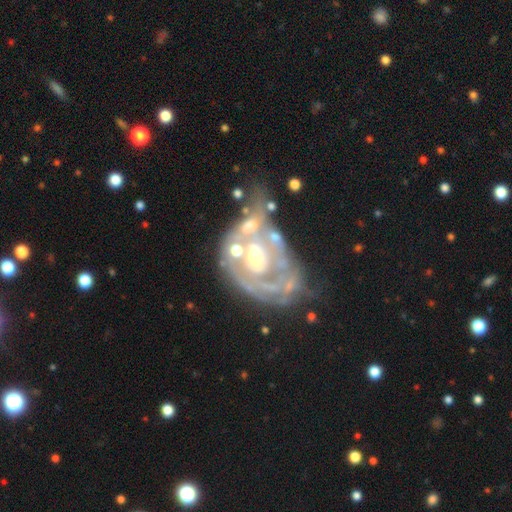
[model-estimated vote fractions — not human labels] Morphology: type=featured or disk (80%); edge-on=no (97%); bar=no (77%); spiral arms=yes (53%); bulge=moderate (58%); merging=none (33%).